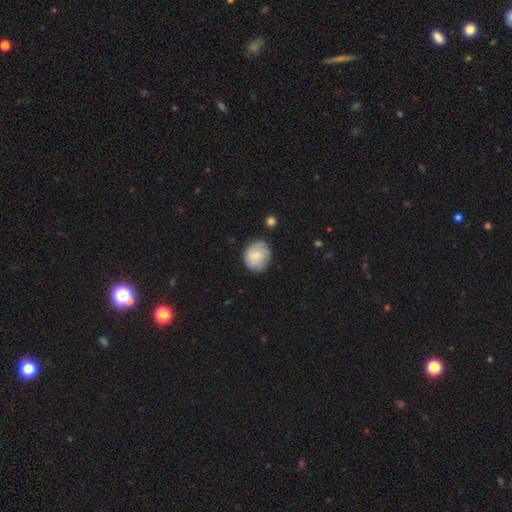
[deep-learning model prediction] Overall: smooth (50%; featured or disk 44%). Merging: none (72%).